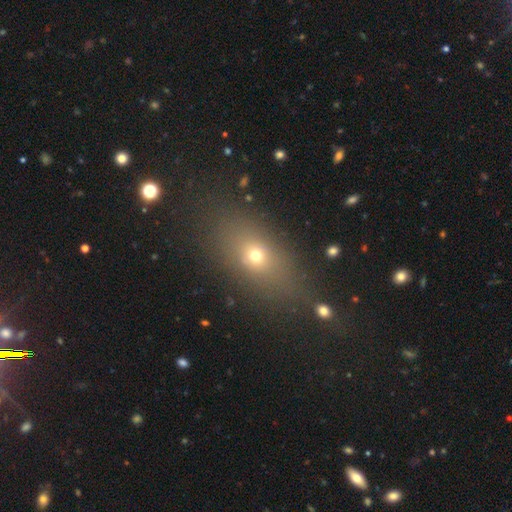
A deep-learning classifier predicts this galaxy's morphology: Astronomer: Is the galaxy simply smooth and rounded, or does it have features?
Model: smooth — 64%.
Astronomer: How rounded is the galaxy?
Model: in between — 66%.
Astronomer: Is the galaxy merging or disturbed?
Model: none — 71%.